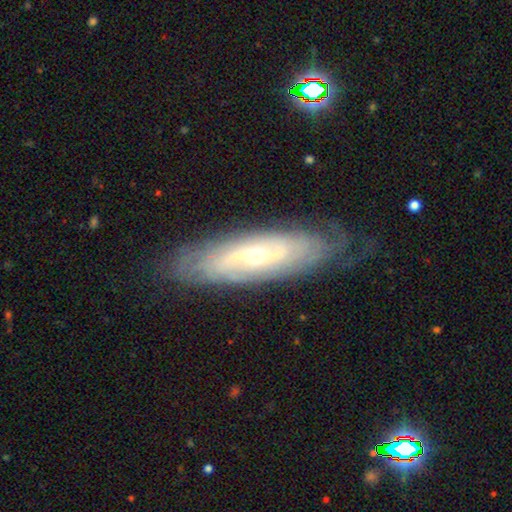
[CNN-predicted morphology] Q: Smooth or featured?
A: featured or disk (81%); runner-up: smooth (12%)
Q: Edge-on disk?
A: no (81%); runner-up: yes (19%)
Q: Bar?
A: no (51%); runner-up: weak (34%)
Q: Spiral arms?
A: yes (90%); runner-up: no (10%)
Q: Spiral winding?
A: tight (64%); runner-up: medium (26%)
Q: Spiral arm count?
A: can't tell (51%); runner-up: 2 (28%)
Q: Bulge size?
A: small (55%); runner-up: moderate (42%)
Q: Merging?
A: none (78%); runner-up: minor disturbance (16%)